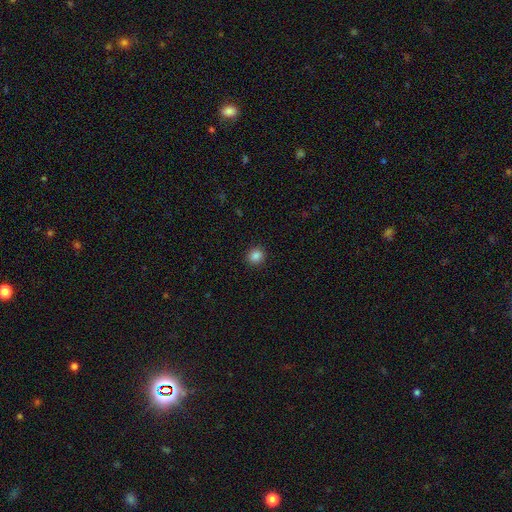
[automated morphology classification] This is clearly a smooth galaxy (86%). How rounded: clearly round (88%). Merging: clearly none (92%).